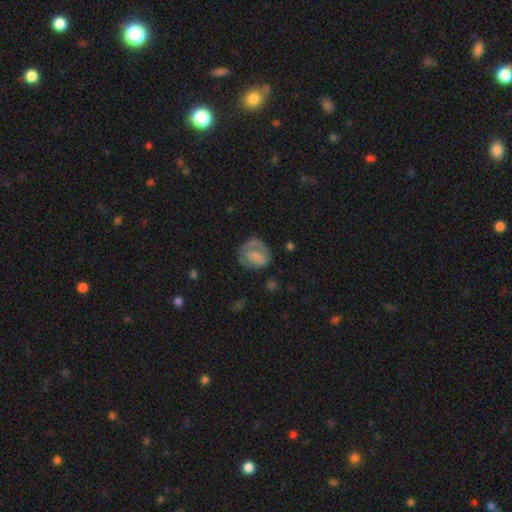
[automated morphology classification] Smooth or featured?
  - smooth: 52% *
  - featured or disk: 39%
  - star or artifact: 8%
How rounded?
  - round: 55% *
  - in between: 43%
  - cigar-shaped: 1%
Merging?
  - none: 50% *
  - minor disturbance: 24%
  - major disturbance: 23%
  - merger: 3%